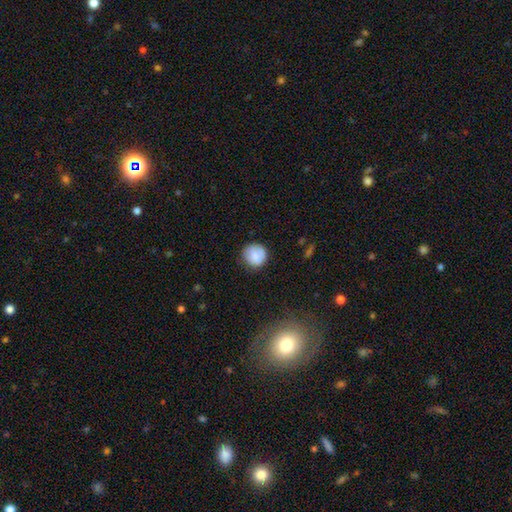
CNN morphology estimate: Q: Smooth or featured?
A: smooth (80%); runner-up: featured or disk (12%)
Q: How rounded?
A: round (90%); runner-up: in between (9%)
Q: Merging?
A: none (77%); runner-up: minor disturbance (17%)